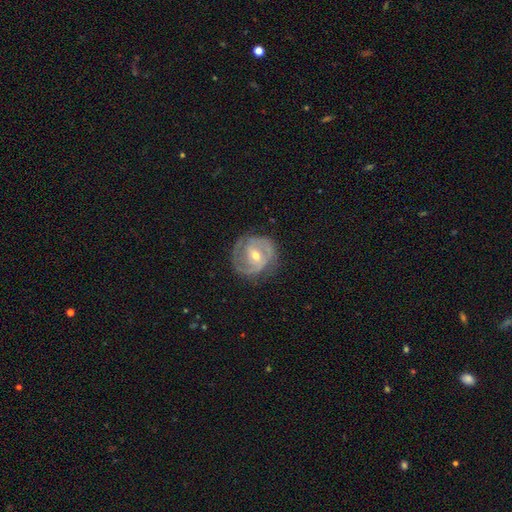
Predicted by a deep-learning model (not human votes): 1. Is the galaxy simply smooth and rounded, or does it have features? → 83% featured or disk, 12% smooth, 6% star or artifact.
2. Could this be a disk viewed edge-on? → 97% no, 3% yes.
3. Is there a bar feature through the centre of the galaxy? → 45% weak, 33% no, 22% strong.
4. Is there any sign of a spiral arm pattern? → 92% yes, 8% no.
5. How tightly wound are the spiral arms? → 49% tight, 39% medium, 11% loose.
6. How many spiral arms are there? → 66% 2, 14% can't tell, 10% 3, 5% 1, 2% 4, 2% more than 4.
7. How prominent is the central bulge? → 58% moderate, 38% small, 2% large, 1% none, 1% dominant.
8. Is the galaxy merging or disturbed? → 73% none, 18% minor disturbance, 8% major disturbance, 1% merger.